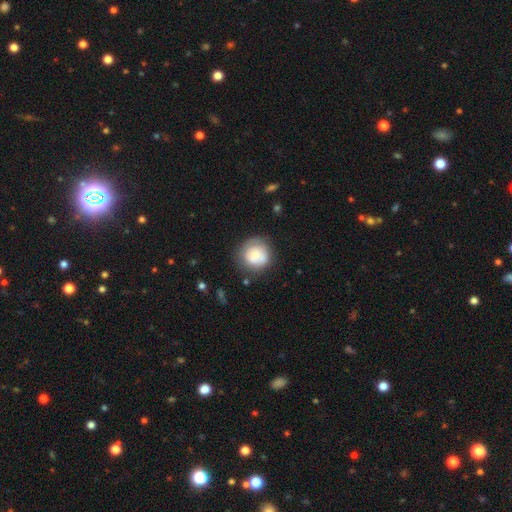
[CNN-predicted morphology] Q: Smooth or featured?
A: smooth (66%); runner-up: featured or disk (27%)
Q: How rounded?
A: round (90%); runner-up: in between (9%)
Q: Merging?
A: none (67%); runner-up: minor disturbance (20%)